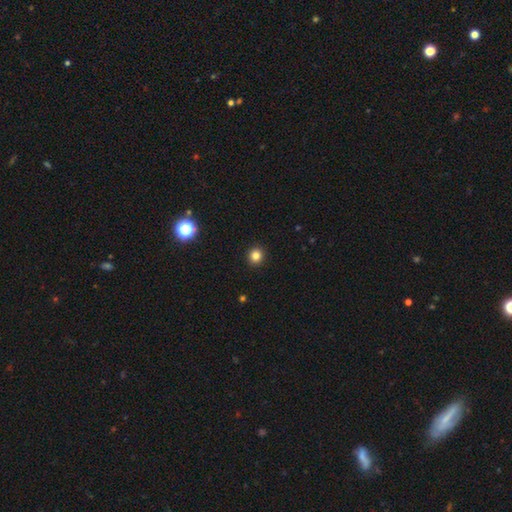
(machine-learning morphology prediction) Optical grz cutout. It shows a smooth galaxy with no disk features (82%) that is round (91%). Merging: none (93%).